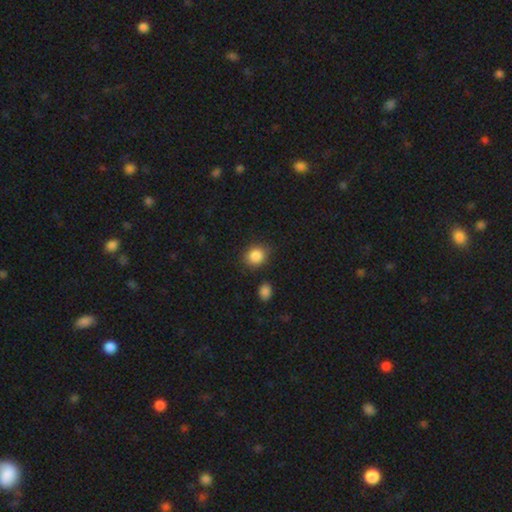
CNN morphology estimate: Smooth or featured? smooth (87%)
How rounded? round (67%)
Merging? none (81%)